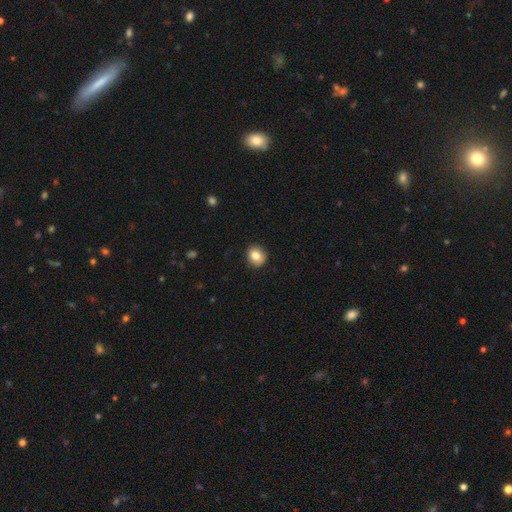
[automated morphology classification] Q: Smooth or featured?
A: smooth (83%); runner-up: star or artifact (9%)
Q: How rounded?
A: round (82%); runner-up: in between (17%)
Q: Merging?
A: none (89%); runner-up: minor disturbance (8%)